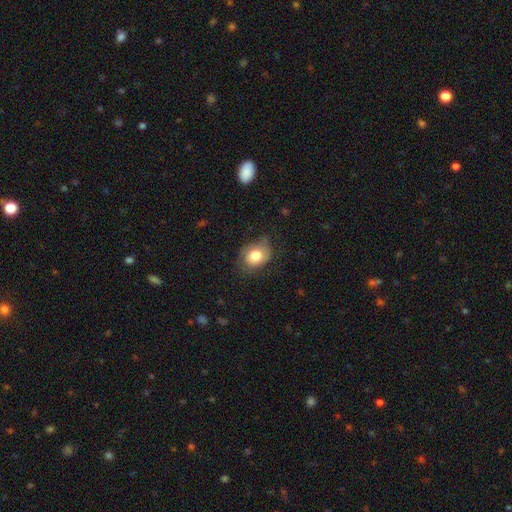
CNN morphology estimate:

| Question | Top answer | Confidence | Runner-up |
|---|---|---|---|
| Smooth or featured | smooth | 73% | featured or disk (19%) |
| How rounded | in between | 57% | round (42%) |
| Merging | none | 61% | minor disturbance (27%) |